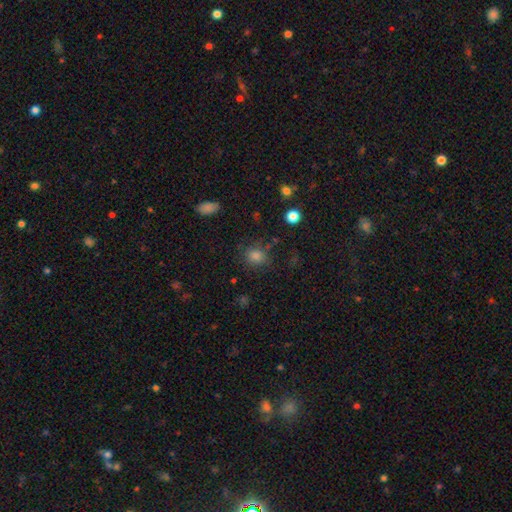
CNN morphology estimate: type=smooth (78%); roundness=round (75%); merging=none (78%).